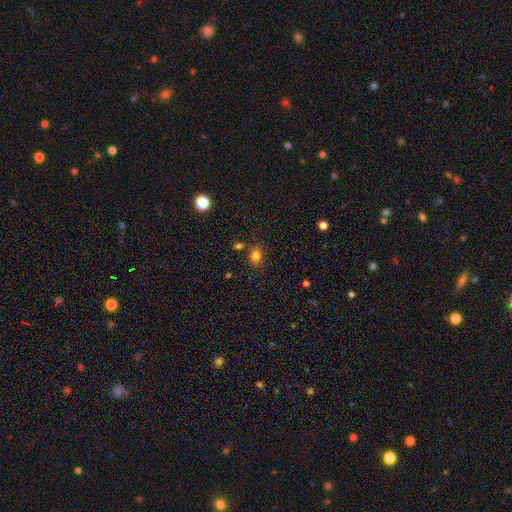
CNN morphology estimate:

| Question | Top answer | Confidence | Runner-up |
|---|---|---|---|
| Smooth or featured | smooth | 80% | star or artifact (14%) |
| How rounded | in between | 51% | round (48%) |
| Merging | none | 77% | minor disturbance (13%) |